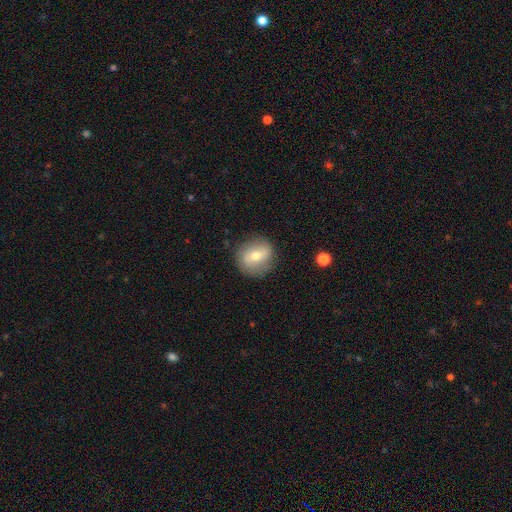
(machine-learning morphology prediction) Overall: smooth (51%; featured or disk 41%). How rounded: round (85%). Merging: none (84%).